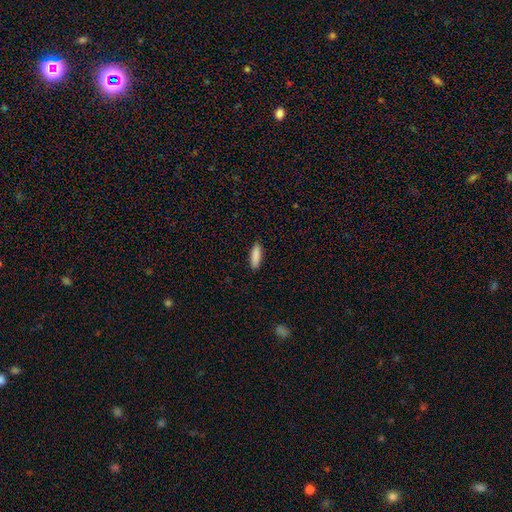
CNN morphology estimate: Smooth or featured? Predicted: smooth (p=0.89). How rounded? Predicted: cigar-shaped (p=0.50). Merging? Predicted: none (p=0.89).